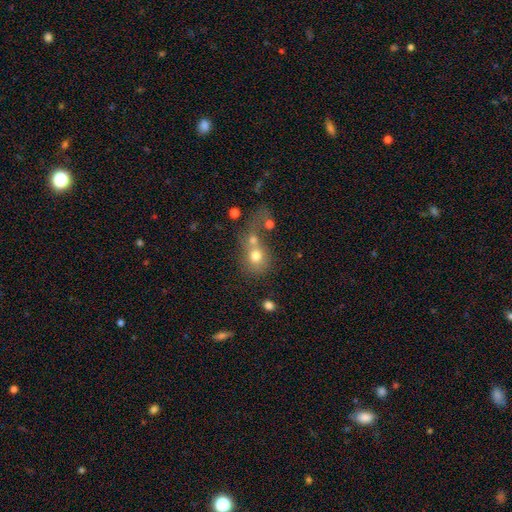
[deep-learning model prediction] The model was most divided on "merging": merger: 63%, none: 21%, major disturbance: 9%, minor disturbance: 7%. More confident: how rounded — round (71%); smooth or featured — smooth (71%).